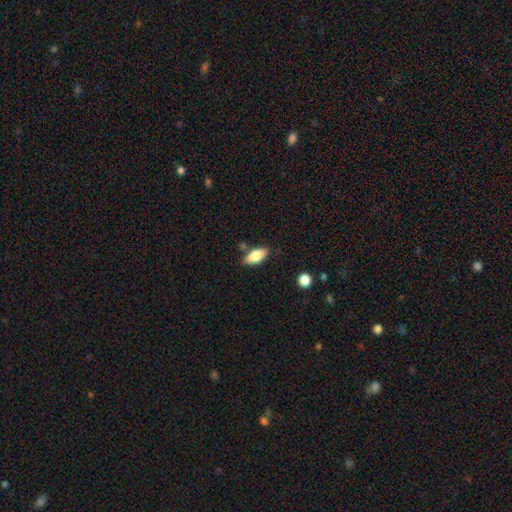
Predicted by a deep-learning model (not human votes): A smooth galaxy with no disk features (77%) that is in between round and cigar-shaped (85%). Merging: none (76%).